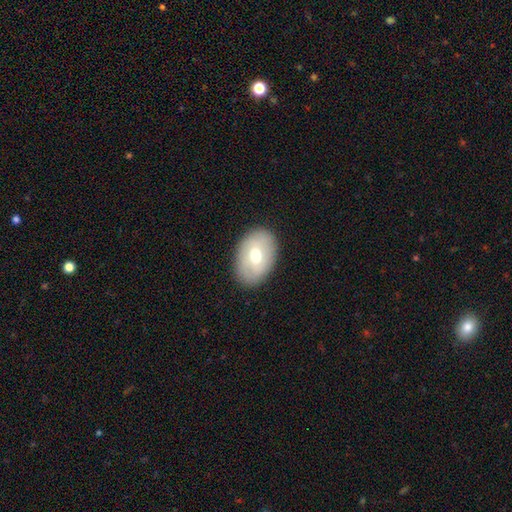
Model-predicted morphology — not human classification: A smooth galaxy with no disk features (61%) that is in between round and cigar-shaped (84%). Merging: none (86%).